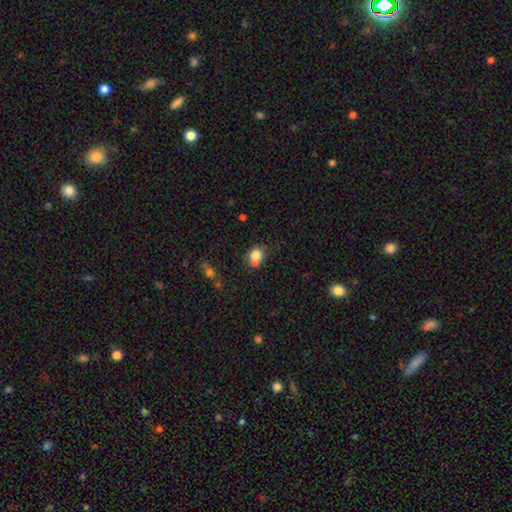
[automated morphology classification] smooth-or-featured: smooth: 77% | featured or disk: 12% | star or artifact: 11%
  how-rounded: round: 67% | in between: 32% | cigar-shaped: 1%
  merging: none: 42% | merger: 41% | minor disturbance: 12% | major disturbance: 5%